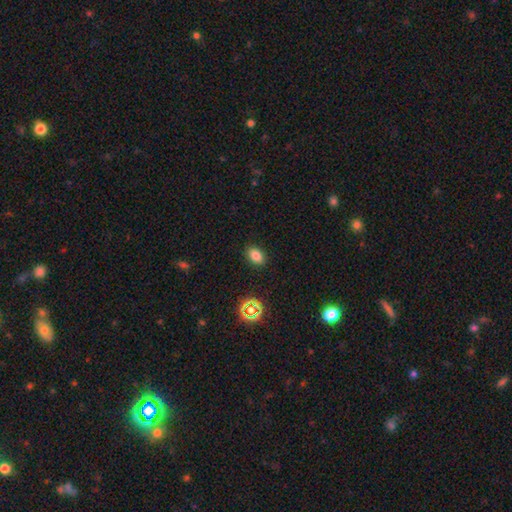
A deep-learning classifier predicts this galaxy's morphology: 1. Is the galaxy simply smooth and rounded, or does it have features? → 81% smooth, 14% star or artifact, 5% featured or disk.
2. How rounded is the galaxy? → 79% in between, 19% round, 1% cigar-shaped.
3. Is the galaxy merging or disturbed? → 88% none, 8% minor disturbance, 2% major disturbance, 1% merger.